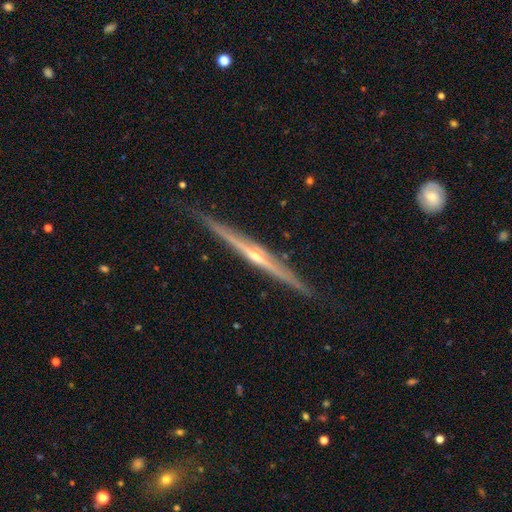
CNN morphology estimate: Smooth or featured? Predicted: featured or disk (p=0.86). Edge-on disk? Predicted: yes (p=0.98). Edge-on bulge? Predicted: rounded (p=0.79). Merging? Predicted: none (p=0.89).